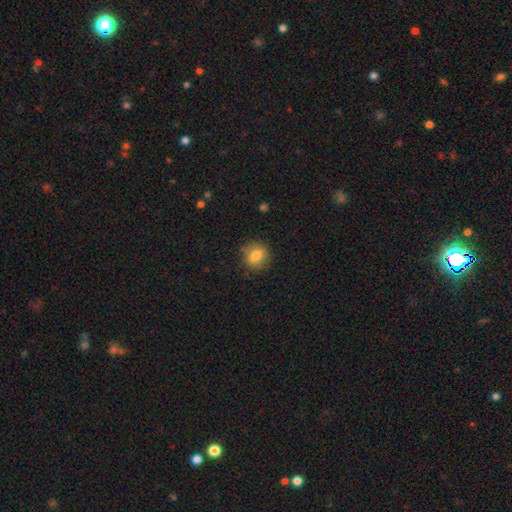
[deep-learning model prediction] The model was most divided on "how rounded": round: 68%, in between: 31%, cigar-shaped: 1%. More confident: merging — none (80%); smooth or featured — smooth (74%).